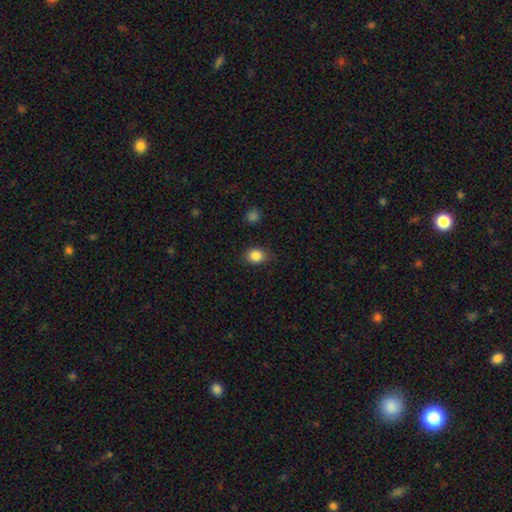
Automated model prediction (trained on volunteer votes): smooth-or-featured: smooth: 85% | star or artifact: 10% | featured or disk: 5%
  how-rounded: round: 51% | in between: 48% | cigar-shaped: 1%
  merging: none: 80% | minor disturbance: 15% | major disturbance: 3% | merger: 2%